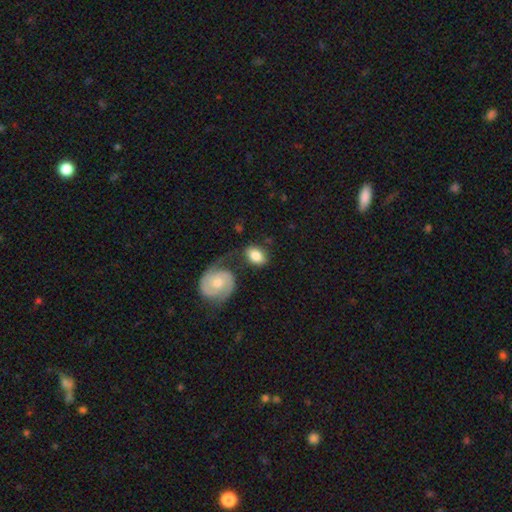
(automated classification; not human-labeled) This is likely a smooth galaxy (73%). How rounded: clearly in between (80%). Merging: likely none (60%).